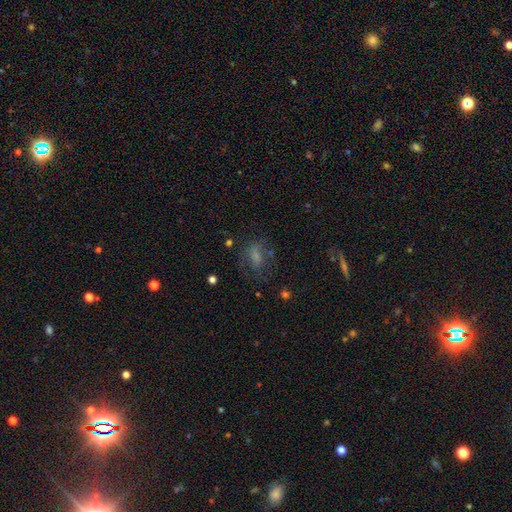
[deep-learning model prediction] smooth-or-featured: smooth: 56% | featured or disk: 26% | star or artifact: 18%
  how-rounded: in between: 72% | round: 20% | cigar-shaped: 8%
  merging: none: 54% | minor disturbance: 21% | major disturbance: 21% | merger: 3%